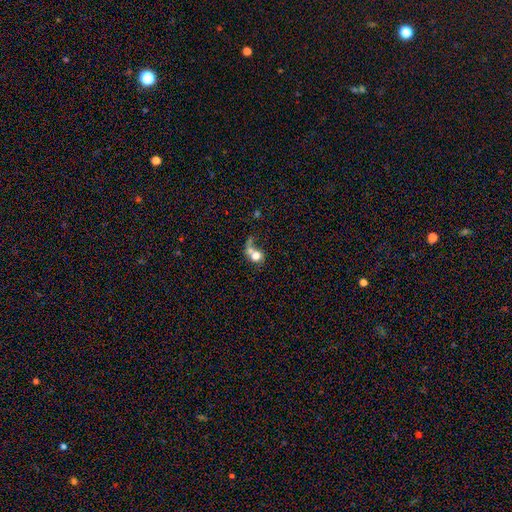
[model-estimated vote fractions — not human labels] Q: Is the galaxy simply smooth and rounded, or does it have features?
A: smooth — 63%.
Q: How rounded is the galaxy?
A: round — 72%.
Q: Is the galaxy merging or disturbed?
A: merger — 48%.